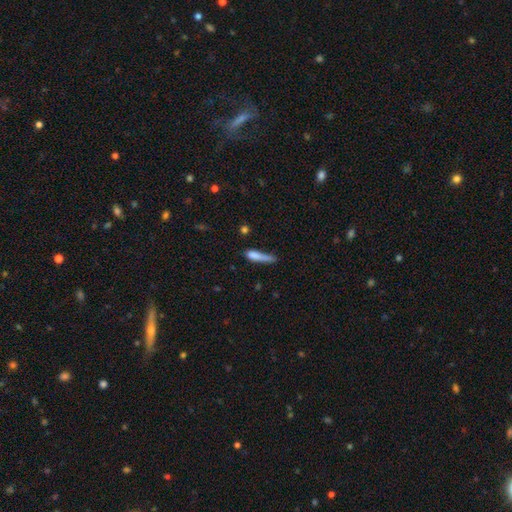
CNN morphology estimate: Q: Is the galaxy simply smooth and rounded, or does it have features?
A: smooth — 76%.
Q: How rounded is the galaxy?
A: cigar-shaped — 79%.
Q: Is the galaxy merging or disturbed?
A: none — 39%.